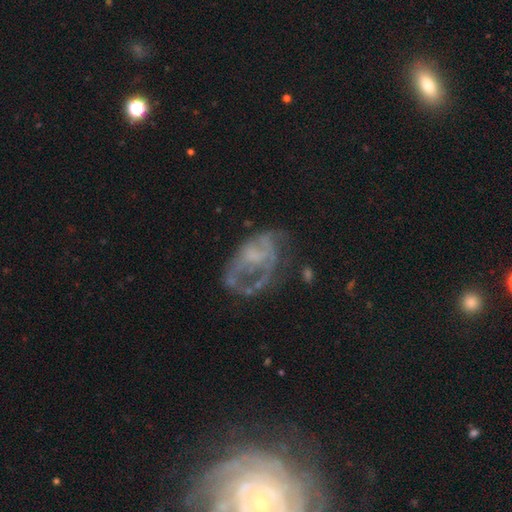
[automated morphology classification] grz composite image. It shows a featured or disk galaxy (68%) with no bar (76%), no spiral arms (59%) and no central bulge (56%). Merging: major disturbance (41%).